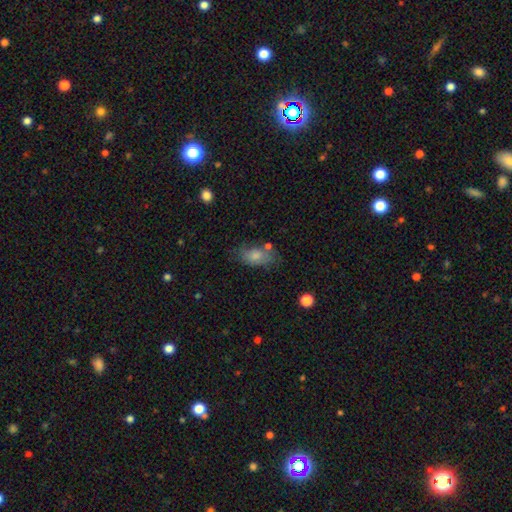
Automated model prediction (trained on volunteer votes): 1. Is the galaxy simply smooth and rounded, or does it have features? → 78% smooth, 14% featured or disk, 8% star or artifact.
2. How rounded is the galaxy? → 89% in between, 7% round, 4% cigar-shaped.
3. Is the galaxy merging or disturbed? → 56% none, 24% minor disturbance, 10% merger, 10% major disturbance.